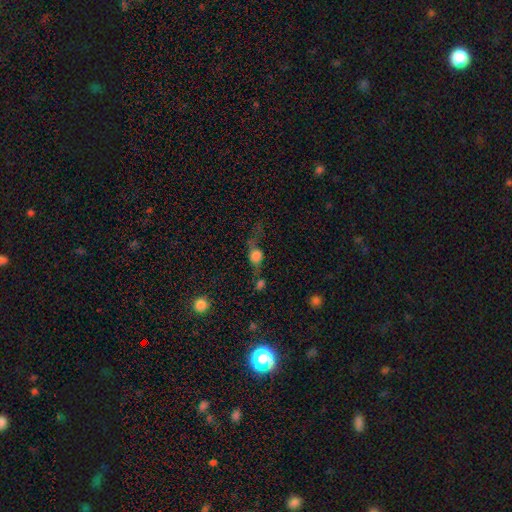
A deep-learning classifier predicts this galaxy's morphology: smooth-or-featured: smooth: 45% | featured or disk: 40% | star or artifact: 15%
  merging: none: 40% | major disturbance: 22% | merger: 19% | minor disturbance: 18%